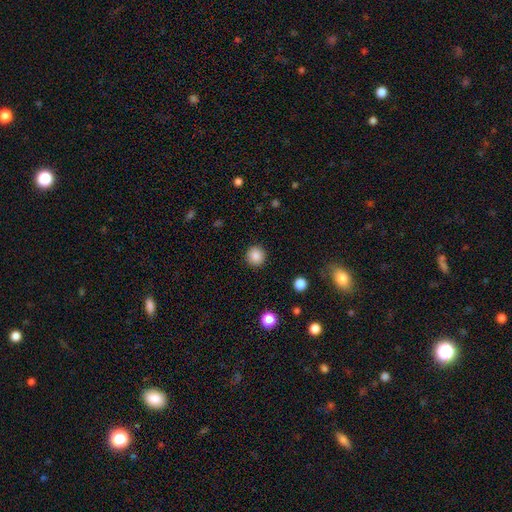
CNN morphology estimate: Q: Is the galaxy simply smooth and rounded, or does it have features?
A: smooth — 86%.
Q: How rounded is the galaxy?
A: round — 94%.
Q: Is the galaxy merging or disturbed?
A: none — 92%.